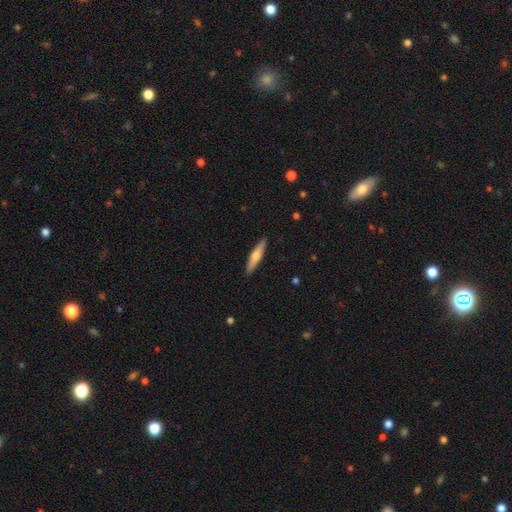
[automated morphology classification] A smooth galaxy with no disk features (52%) that is cigar-shaped (86%). Merging: none (91%).